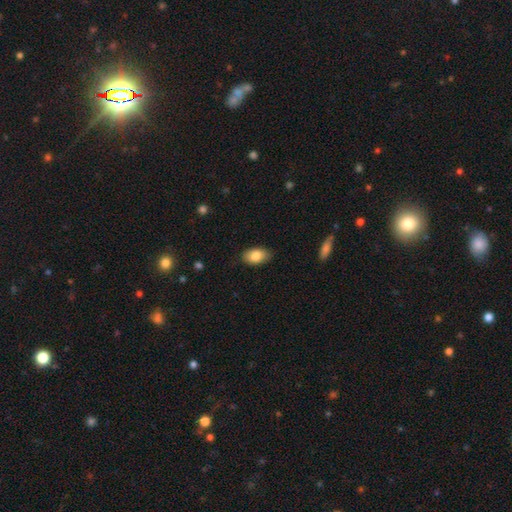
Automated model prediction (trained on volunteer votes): Smooth or featured?
  - smooth: 84% *
  - featured or disk: 9%
  - star or artifact: 7%
How rounded?
  - in between: 92% *
  - round: 6%
  - cigar-shaped: 2%
Merging?
  - none: 85% *
  - minor disturbance: 12%
  - major disturbance: 2%
  - merger: 1%